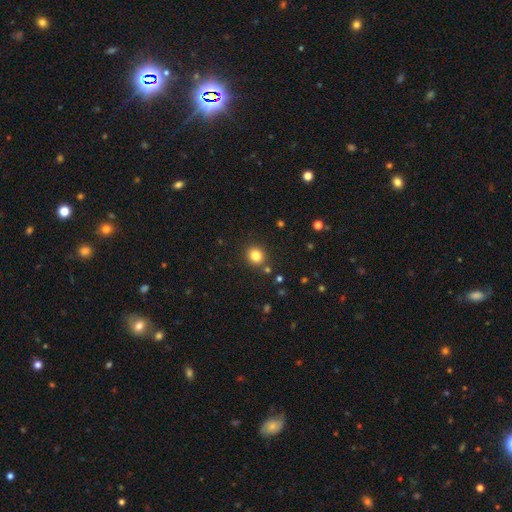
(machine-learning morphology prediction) type=smooth (82%); roundness=round (80%); merging=none (86%).